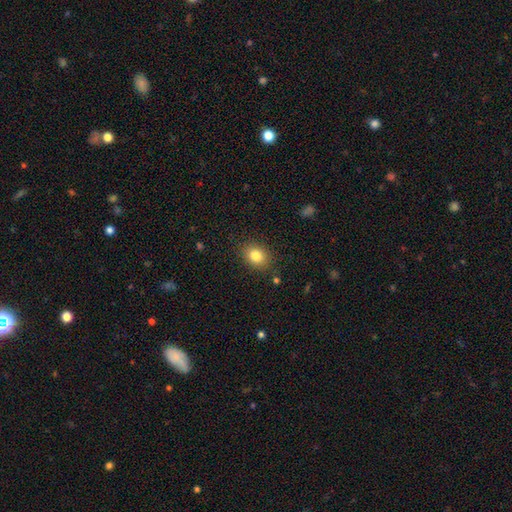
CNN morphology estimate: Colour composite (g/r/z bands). It shows a smooth galaxy with no disk features (82%) that is in between round and cigar-shaped (62%). Merging: none (86%).